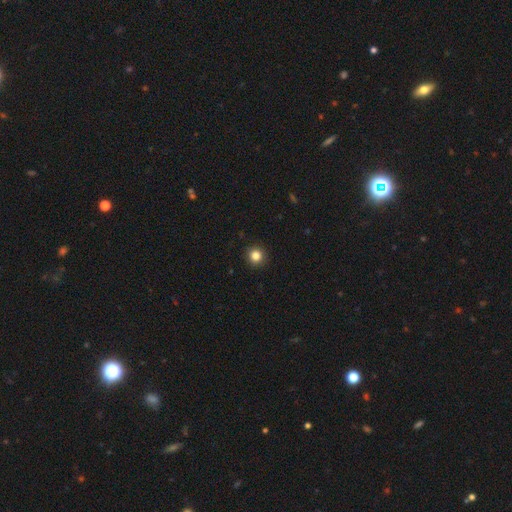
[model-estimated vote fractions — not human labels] A smooth galaxy with no disk features (84%) that is round (94%). Merging: none (93%).